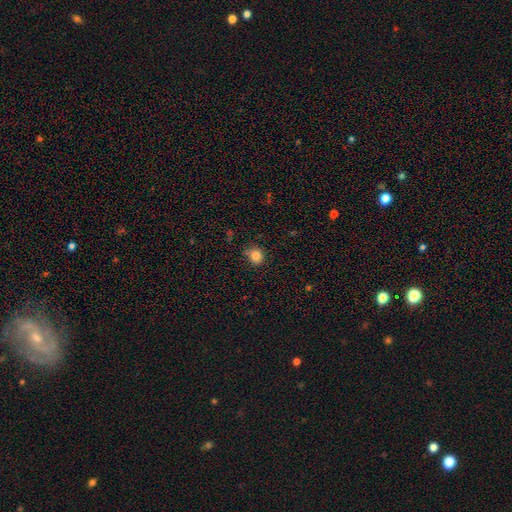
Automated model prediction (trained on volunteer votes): A smooth galaxy with no disk features (83%) that is round (83%). Merging: none (80%).